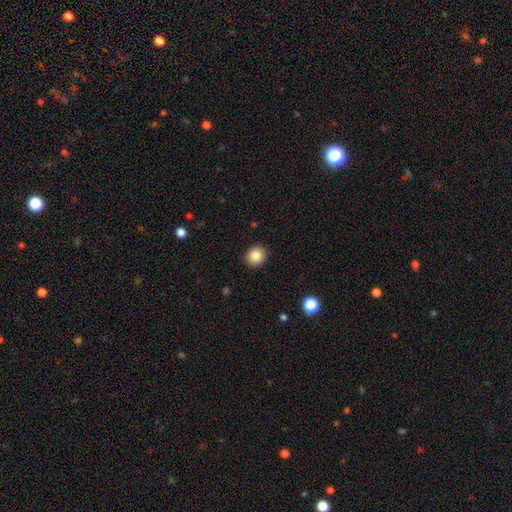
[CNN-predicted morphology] Smooth or featured?
  - smooth: 85% *
  - star or artifact: 10%
  - featured or disk: 5%
How rounded?
  - round: 84% *
  - in between: 15%
  - cigar-shaped: 1%
Merging?
  - none: 92% *
  - minor disturbance: 6%
  - major disturbance: 2%
  - merger: 1%